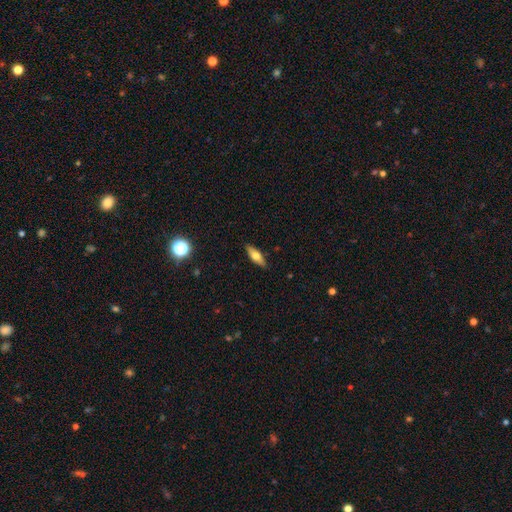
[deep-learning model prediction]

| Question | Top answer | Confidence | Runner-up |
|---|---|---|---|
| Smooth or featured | smooth | 55% | featured or disk (38%) |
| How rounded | in between | 55% | cigar-shaped (42%) |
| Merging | none | 88% | minor disturbance (9%) |